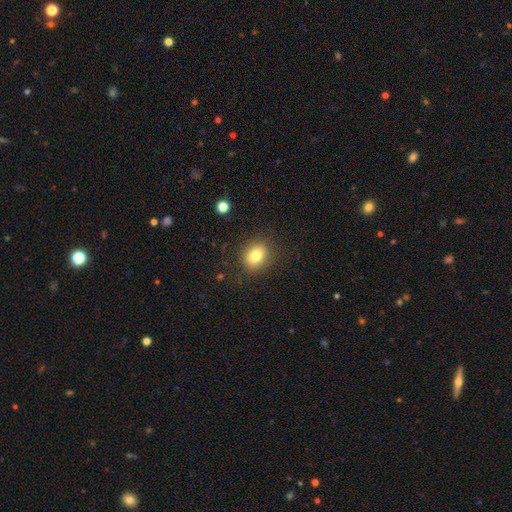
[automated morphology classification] Smooth or featured?
  - smooth: 80% *
  - star or artifact: 11%
  - featured or disk: 10%
How rounded?
  - round: 61% *
  - in between: 38%
  - cigar-shaped: 1%
Merging?
  - none: 85% *
  - minor disturbance: 10%
  - major disturbance: 4%
  - merger: 1%